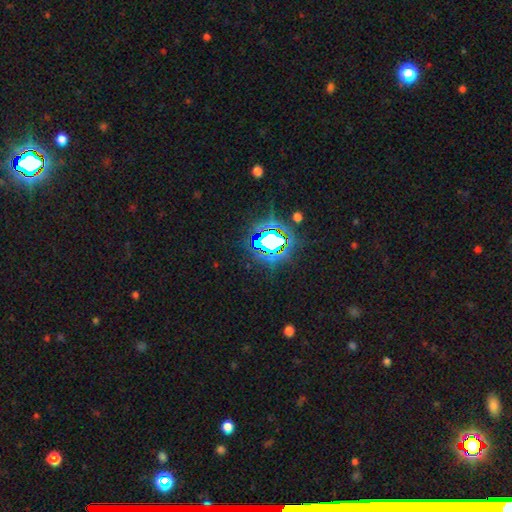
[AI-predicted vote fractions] smooth_or_featured: star or artifact (p=0.84) [alt: smooth p=0.10]